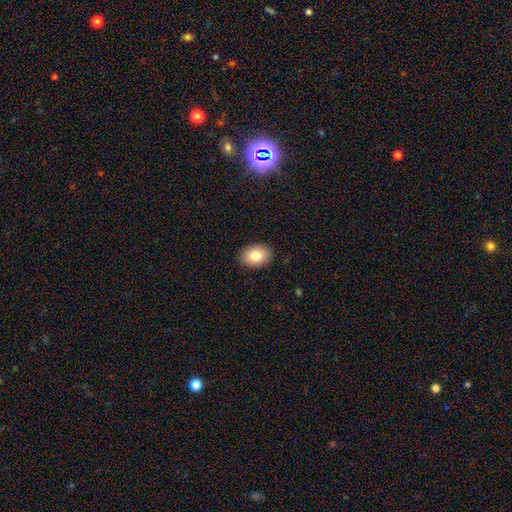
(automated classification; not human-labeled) A smooth galaxy with no disk features (82%) that is in between round and cigar-shaped (72%).

Vote fractions:
- Smooth or featured? smooth: 82% / featured or disk: 10% / star or artifact: 8%
- How rounded? in between: 72% / round: 27% / cigar-shaped: 1%
- Merging? none: 90% / minor disturbance: 8% / major disturbance: 2% / merger: 1%